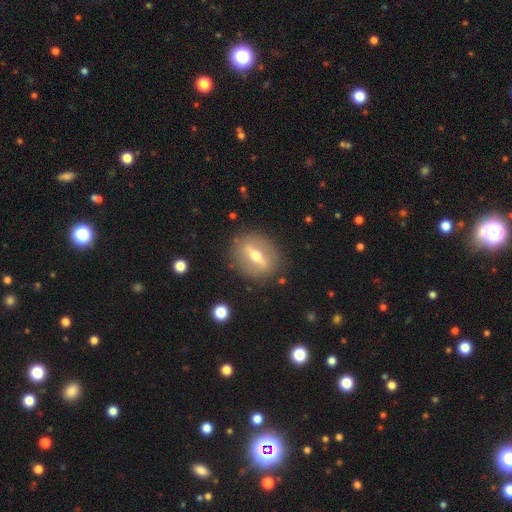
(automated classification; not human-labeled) featured or disk 66%, smooth 26%, star or artifact 8%. Down the decision tree: edge-on disk — no (55%); merging — none (85%).